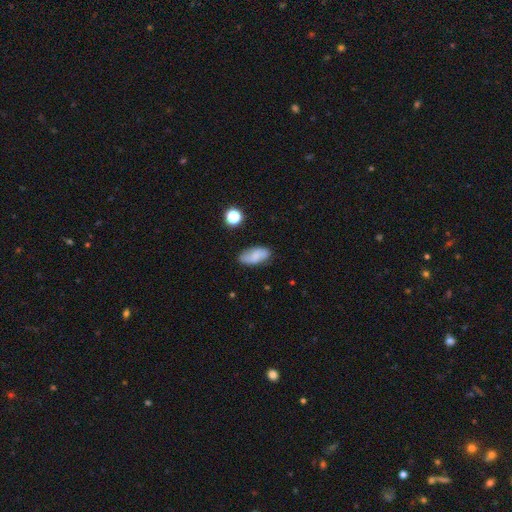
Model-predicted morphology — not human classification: A smooth galaxy with no disk features (73%) that is in between round and cigar-shaped (89%). Merging: none (78%).